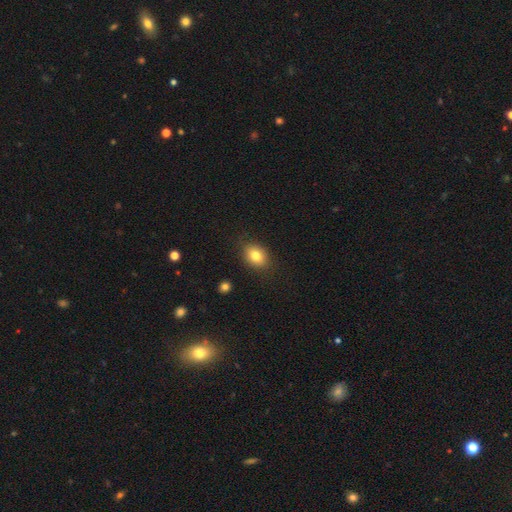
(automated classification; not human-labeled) A smooth galaxy with no disk features (81%) that is in between round and cigar-shaped (66%). Merging: none (85%).